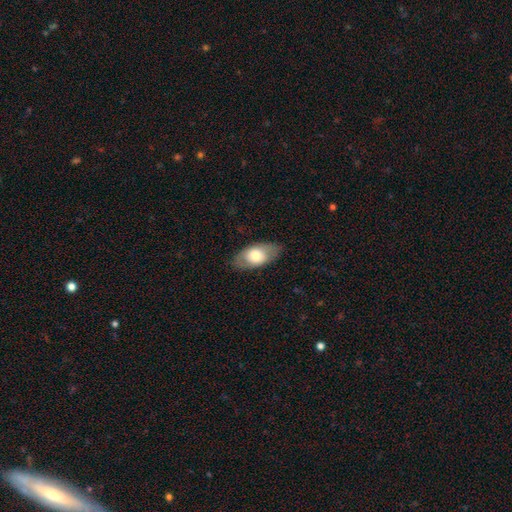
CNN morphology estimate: Smooth or featured: smooth — 64% (featured or disk — 31%)
How rounded: in between — 91% (round — 6%)
Merging: none — 82% (minor disturbance — 13%)